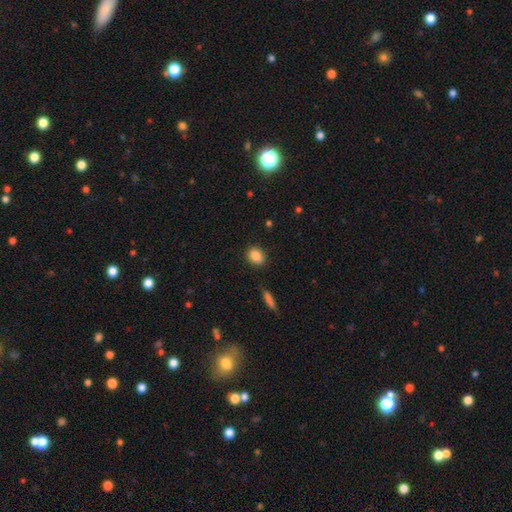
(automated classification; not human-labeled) Smooth or featured? smooth (87%)
How rounded? in between (63%)
Merging? none (87%)